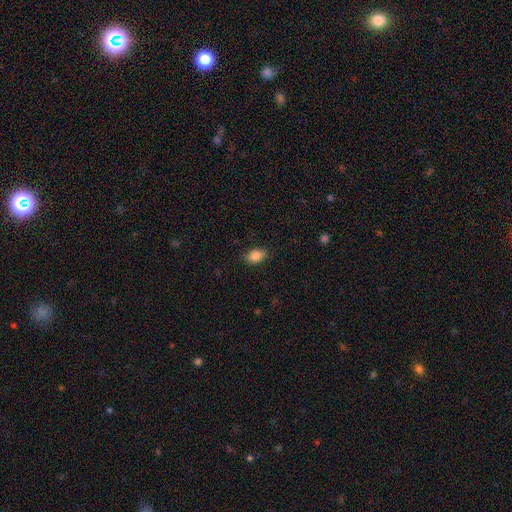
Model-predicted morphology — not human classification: Smooth or featured? smooth (86%)
How rounded? in between (84%)
Merging? none (86%)